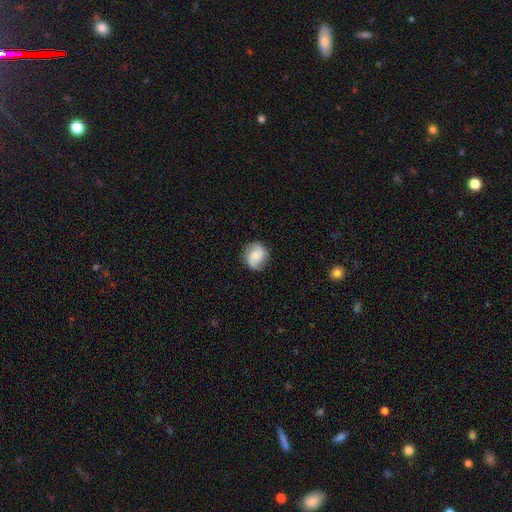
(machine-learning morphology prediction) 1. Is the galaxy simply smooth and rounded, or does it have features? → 46% smooth, 45% featured or disk, 9% star or artifact.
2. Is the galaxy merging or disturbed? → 81% none, 14% minor disturbance, 4% major disturbance, 1% merger.